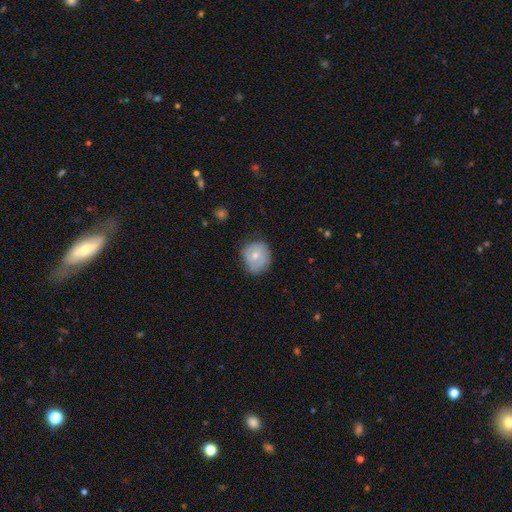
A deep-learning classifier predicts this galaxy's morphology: A smooth galaxy with no disk features (57%) that is round (76%). Merging: none (56%).